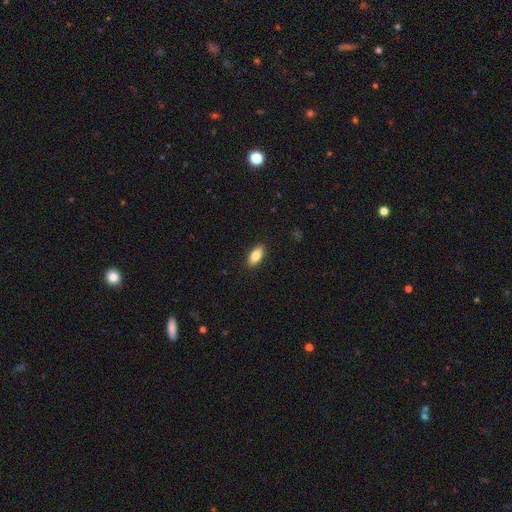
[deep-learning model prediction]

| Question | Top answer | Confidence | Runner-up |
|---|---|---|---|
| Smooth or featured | smooth | 81% | featured or disk (12%) |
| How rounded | in between | 85% | cigar-shaped (12%) |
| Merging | none | 90% | minor disturbance (8%) |